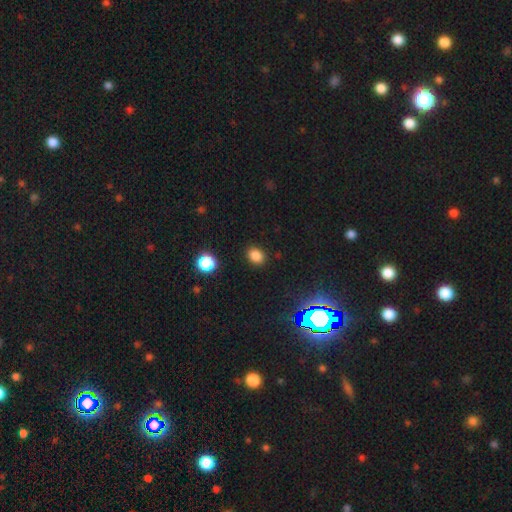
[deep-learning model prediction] Smooth or featured? Predicted: smooth (p=0.82). How rounded? Predicted: in between (p=0.56). Merging? Predicted: none (p=0.88).